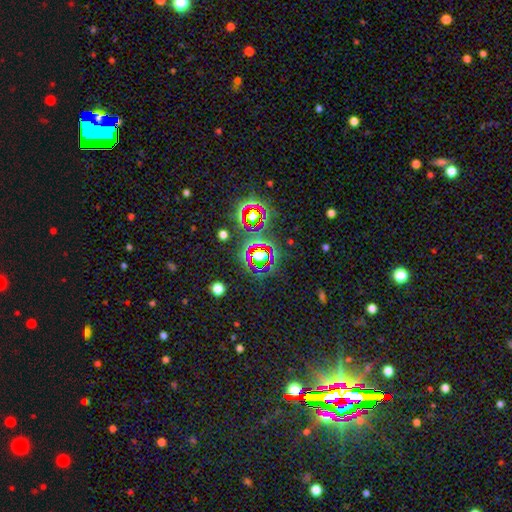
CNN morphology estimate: smooth_or_featured: star or artifact (p=0.72) [alt: smooth p=0.16]